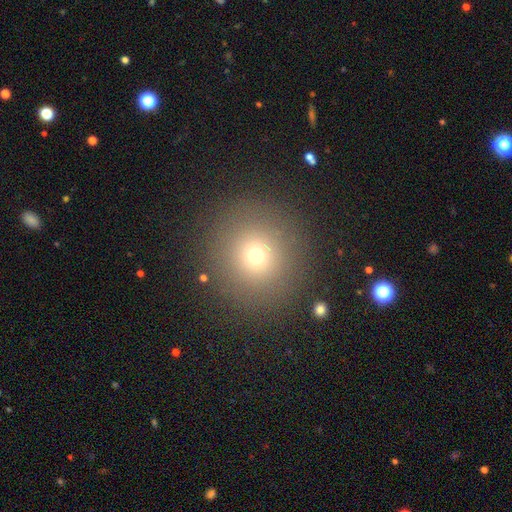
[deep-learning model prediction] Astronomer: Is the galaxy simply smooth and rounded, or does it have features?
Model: smooth — 70%.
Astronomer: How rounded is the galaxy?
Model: round — 94%.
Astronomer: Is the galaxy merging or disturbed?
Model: none — 89%.